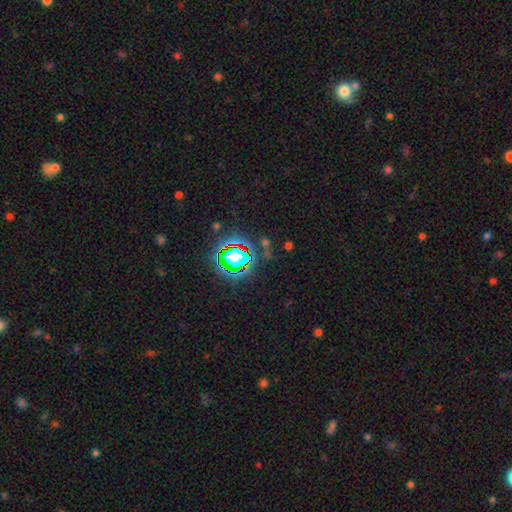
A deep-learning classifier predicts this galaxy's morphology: star or artifact 81%, smooth 12%, featured or disk 7%.